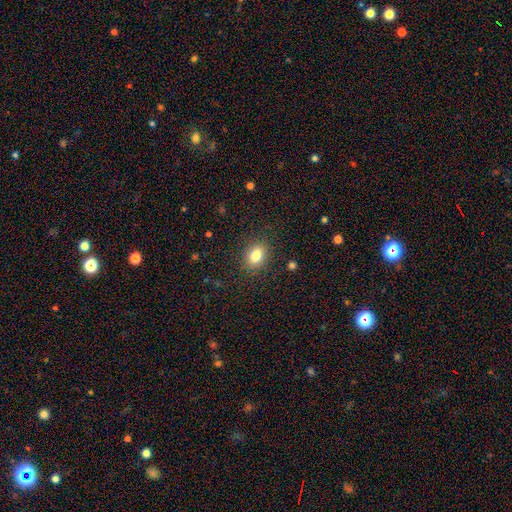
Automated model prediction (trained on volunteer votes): A smooth galaxy with no disk features (82%) that is in between round and cigar-shaped (69%).

Vote fractions:
- Smooth or featured? smooth: 82% / star or artifact: 10% / featured or disk: 8%
- How rounded? in between: 69% / round: 29% / cigar-shaped: 1%
- Merging? none: 86% / minor disturbance: 10% / major disturbance: 3% / merger: 1%